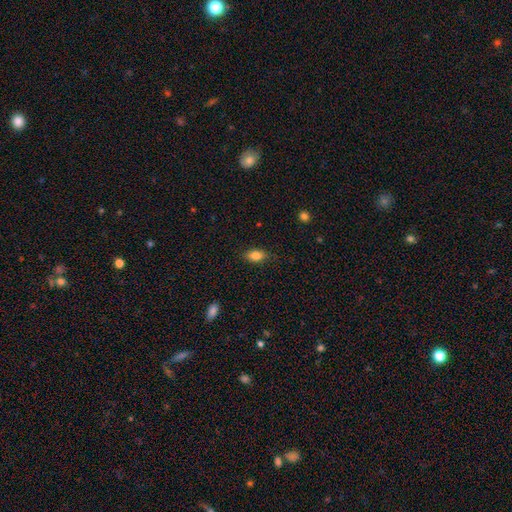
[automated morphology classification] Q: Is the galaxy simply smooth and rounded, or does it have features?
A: smooth — 83%.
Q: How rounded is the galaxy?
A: in between — 86%.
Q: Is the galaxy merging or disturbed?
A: none — 83%.